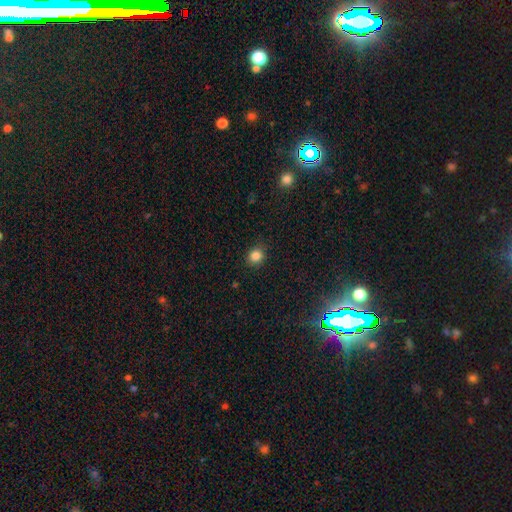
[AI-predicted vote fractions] Smooth or featured?
  - smooth: 85% *
  - star or artifact: 12%
  - featured or disk: 4%
How rounded?
  - round: 79% *
  - in between: 20%
  - cigar-shaped: 1%
Merging?
  - none: 87% *
  - minor disturbance: 9%
  - major disturbance: 3%
  - merger: 1%